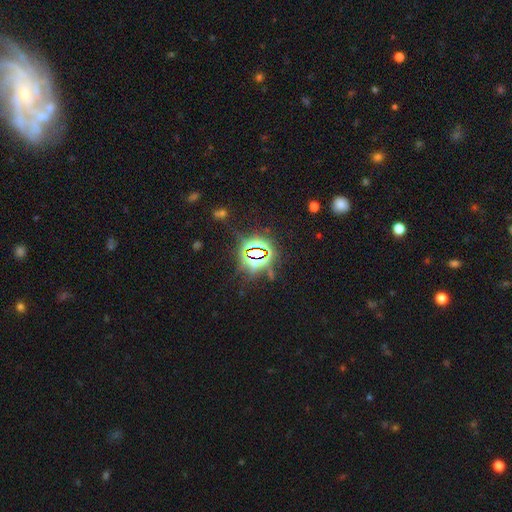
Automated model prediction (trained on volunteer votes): star or artifact 82%, smooth 10%, featured or disk 8%.